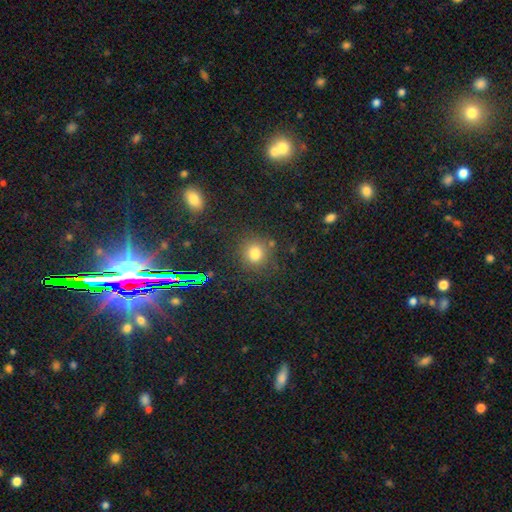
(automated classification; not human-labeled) Smooth or featured? smooth (68%)
How rounded? round (85%)
Merging? none (83%)